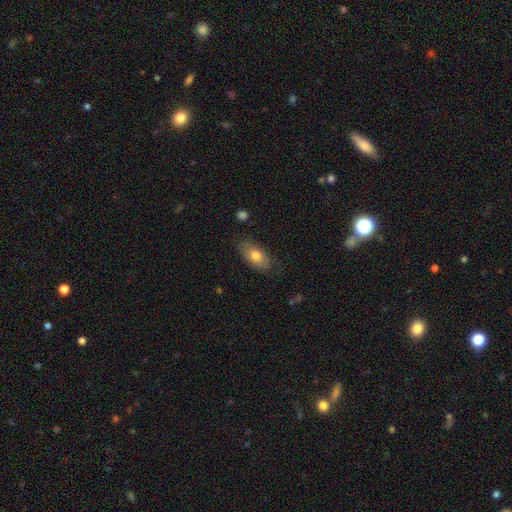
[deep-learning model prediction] This is likely a smooth galaxy (74%). How rounded: clearly in between (92%). Merging: likely none (76%).